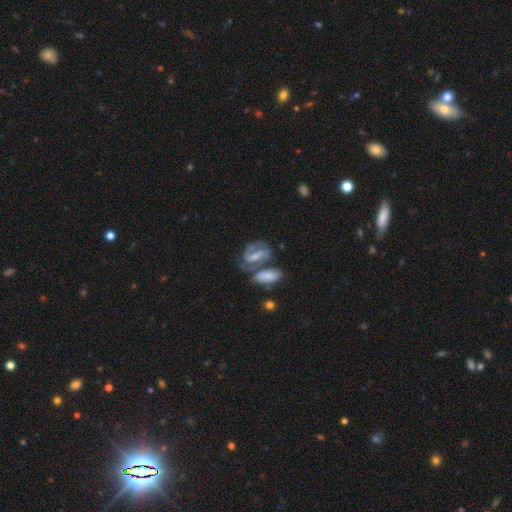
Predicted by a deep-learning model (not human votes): Smooth or featured? Predicted: featured or disk (p=0.72). Edge-on disk? Predicted: no (p=0.95). Bar? Predicted: weak (p=0.40). Spiral arms? Predicted: yes (p=0.88). Spiral winding? Predicted: medium (p=0.49). Spiral arm count? Predicted: 2 (p=0.75). Bulge size? Predicted: small (p=0.52). Merging? Predicted: none (p=0.41).